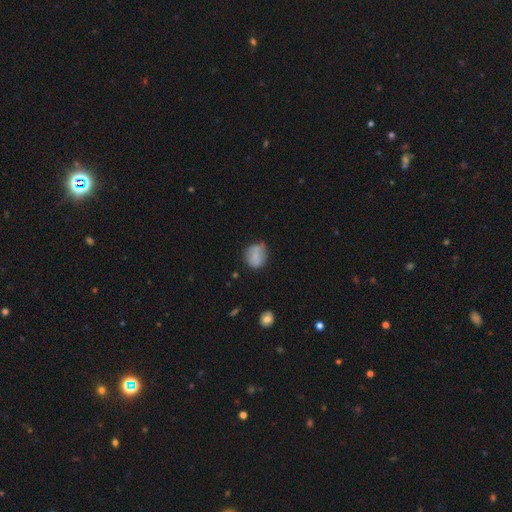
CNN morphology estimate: A smooth galaxy with no disk features (74%) that is round (64%). Merging: none (54%).